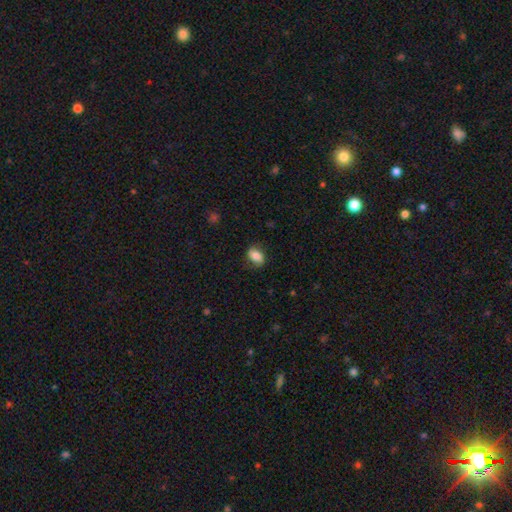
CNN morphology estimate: Smooth or featured? Predicted: smooth (p=0.78). How rounded? Predicted: in between (p=0.82). Merging? Predicted: none (p=0.74).